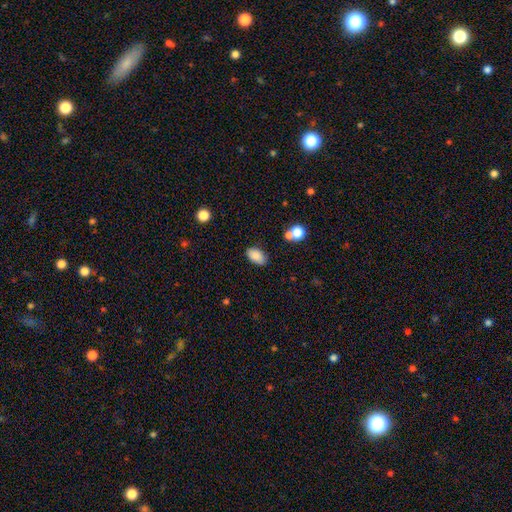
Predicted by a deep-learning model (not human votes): Smooth or featured? Predicted: smooth (p=0.86). How rounded? Predicted: in between (p=0.93). Merging? Predicted: none (p=0.80).